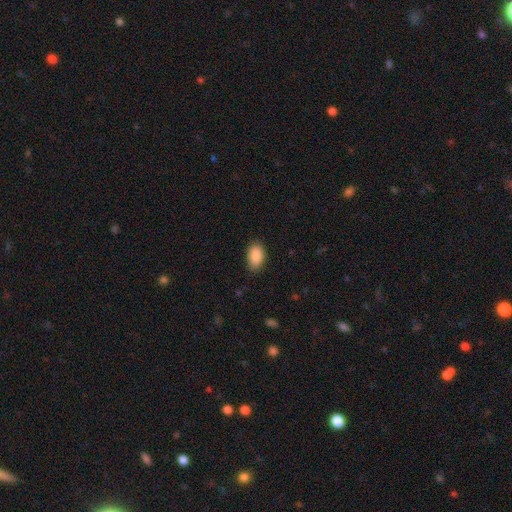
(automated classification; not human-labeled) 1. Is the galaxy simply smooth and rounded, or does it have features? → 90% smooth, 7% star or artifact, 3% featured or disk.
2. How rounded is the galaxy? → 92% in between, 6% round, 2% cigar-shaped.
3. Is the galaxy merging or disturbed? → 83% none, 14% minor disturbance, 3% major disturbance, 1% merger.